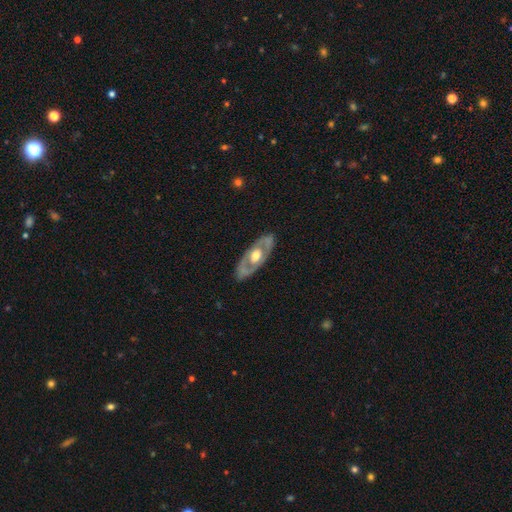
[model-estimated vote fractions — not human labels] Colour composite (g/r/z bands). It shows a featured or disk galaxy (67%) with no bar (82%), no spiral arms (76%) and a moderate central bulge (61%). Merging: none (83%).